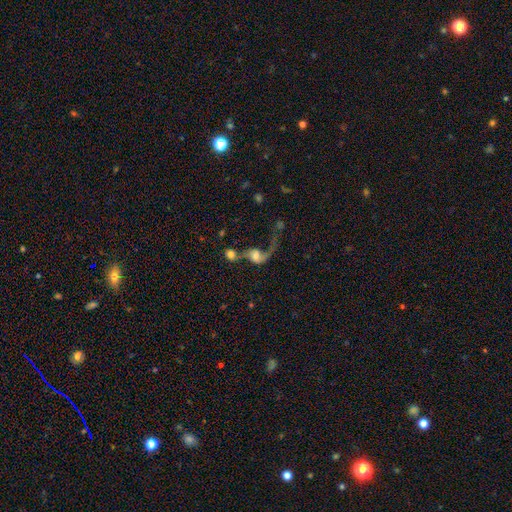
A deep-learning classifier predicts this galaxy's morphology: Smooth or featured? featured or disk (59%)
Edge-on disk? no (95%)
Bar? no (63%)
Spiral arms? yes (79%)
Bulge size? moderate (40%)
Merging? merger (49%)